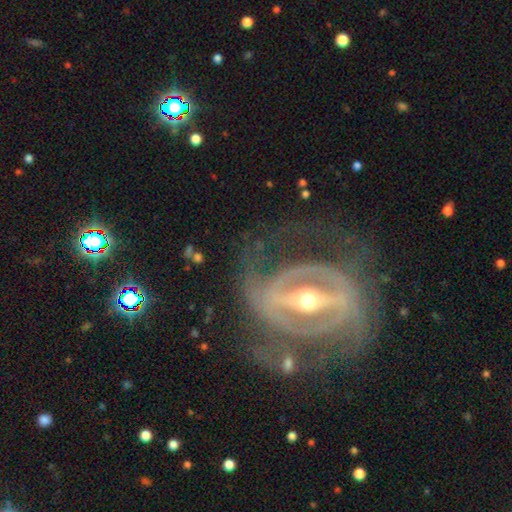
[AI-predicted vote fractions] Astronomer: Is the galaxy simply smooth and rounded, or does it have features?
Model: featured or disk — 91%.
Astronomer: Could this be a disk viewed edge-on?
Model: no — 92%.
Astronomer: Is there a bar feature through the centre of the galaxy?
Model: strong — 80%.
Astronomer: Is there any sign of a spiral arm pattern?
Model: yes — 92%.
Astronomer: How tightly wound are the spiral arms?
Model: tight — 52% (runner-up: medium, 37%).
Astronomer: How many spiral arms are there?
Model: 2 — 52%.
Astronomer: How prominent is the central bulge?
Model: moderate — 58% (runner-up: small, 36%).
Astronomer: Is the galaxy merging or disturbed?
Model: none — 66%.